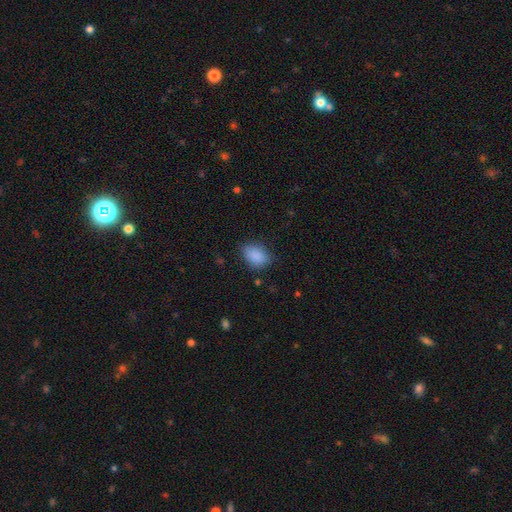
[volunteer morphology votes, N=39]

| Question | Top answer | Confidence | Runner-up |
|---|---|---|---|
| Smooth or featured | smooth | 95% | star or artifact (5%) |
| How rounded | in between | 78% | round (22%) |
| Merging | none | 62% | minor disturbance (32%) |